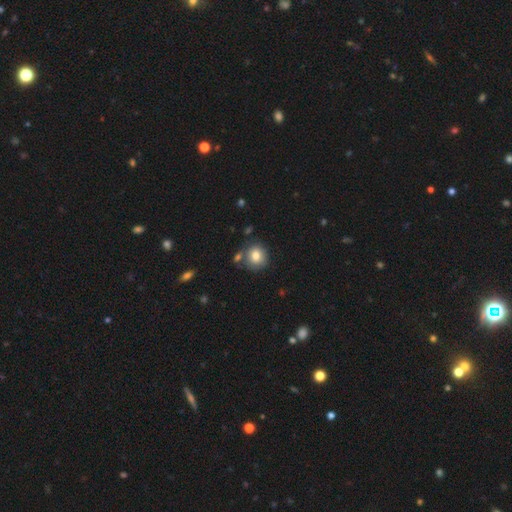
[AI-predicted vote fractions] This appears to be a smooth galaxy with no disk features (77%) that is round (87%). Merging: none (70%).